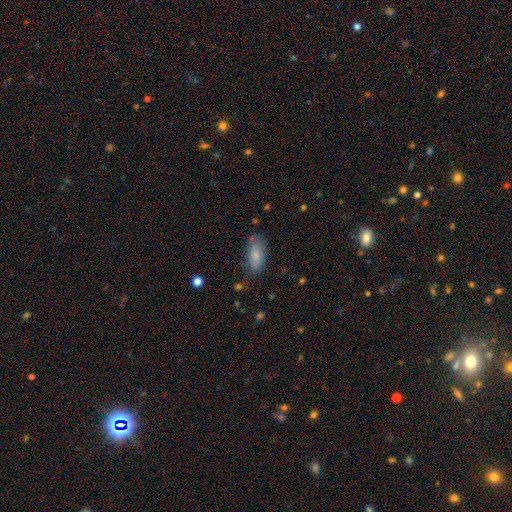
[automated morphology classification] smooth-or-featured: smooth: 81% | featured or disk: 12% | star or artifact: 7%
  how-rounded: in between: 85% | cigar-shaped: 12% | round: 2%
  merging: none: 66% | minor disturbance: 23% | major disturbance: 7% | merger: 4%